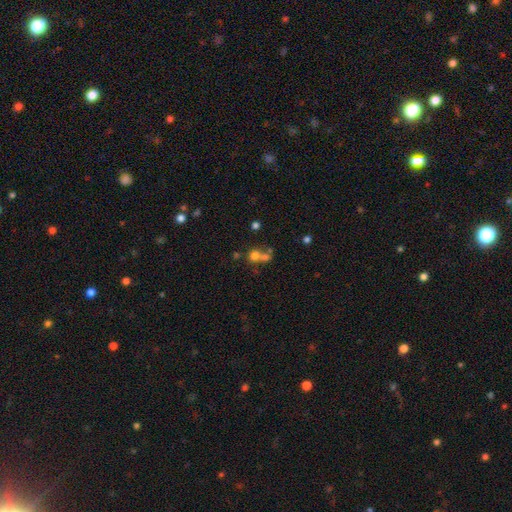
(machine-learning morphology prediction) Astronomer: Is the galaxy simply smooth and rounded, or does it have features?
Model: smooth — 64%.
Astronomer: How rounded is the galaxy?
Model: round — 77%.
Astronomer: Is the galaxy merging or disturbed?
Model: merger — 50% (runner-up: none, 38%).